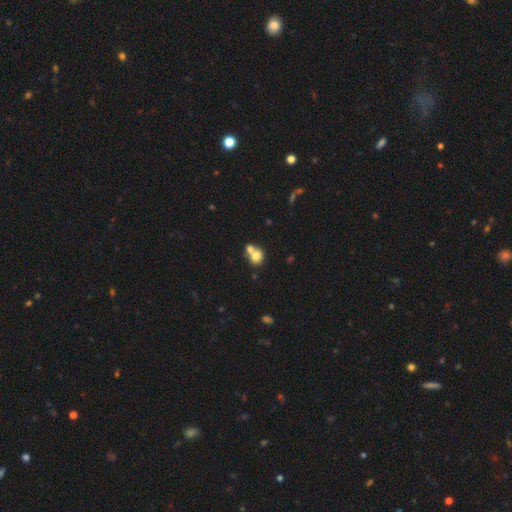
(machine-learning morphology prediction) type=smooth (74%); roundness=round (71%); merging=merger (54%).